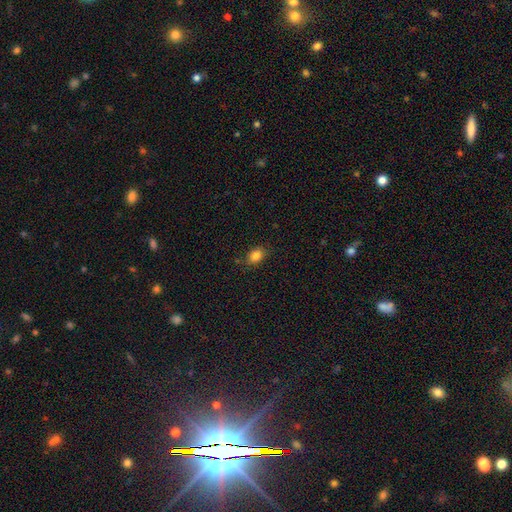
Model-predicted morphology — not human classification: Smooth or featured: smooth — 84% (star or artifact — 10%)
How rounded: in between — 70% (round — 29%)
Merging: none — 82% (minor disturbance — 14%)